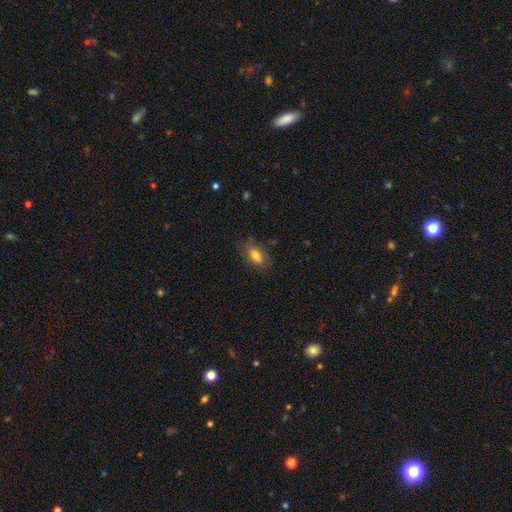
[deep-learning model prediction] This is likely a smooth galaxy (78%). How rounded: clearly in between (88%). Merging: likely none (76%).